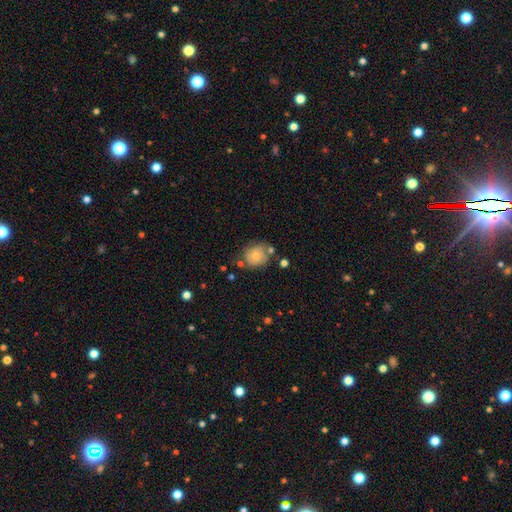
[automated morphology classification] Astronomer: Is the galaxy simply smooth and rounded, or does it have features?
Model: smooth — 64%.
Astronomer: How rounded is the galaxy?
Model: round — 76%.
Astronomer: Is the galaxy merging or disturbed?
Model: none — 62%.